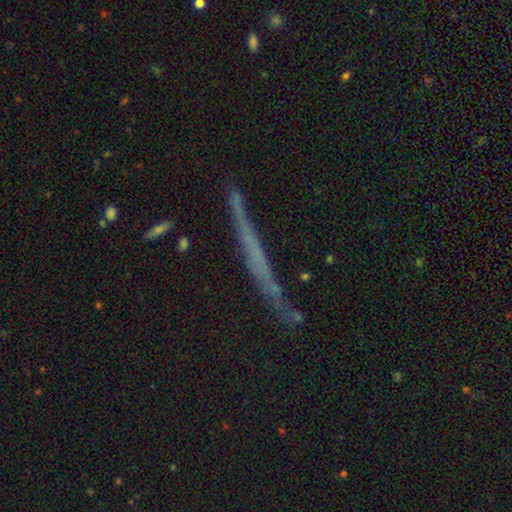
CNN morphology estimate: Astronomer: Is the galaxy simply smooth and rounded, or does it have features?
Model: featured or disk — 45% (runner-up: star or artifact, 29%).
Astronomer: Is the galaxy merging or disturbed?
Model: none — 81%.